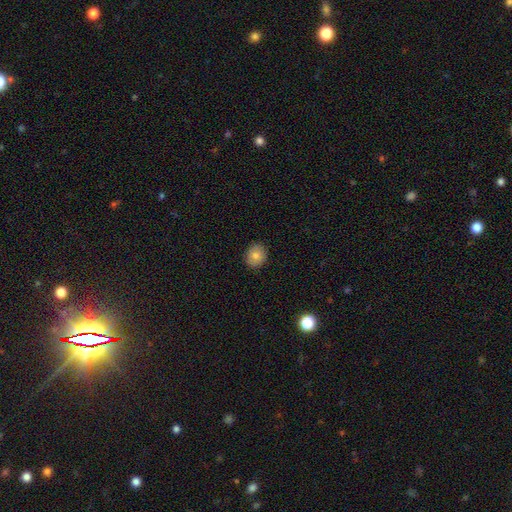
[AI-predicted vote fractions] Morphology: type=smooth (80%); roundness=round (68%); merging=none (90%).